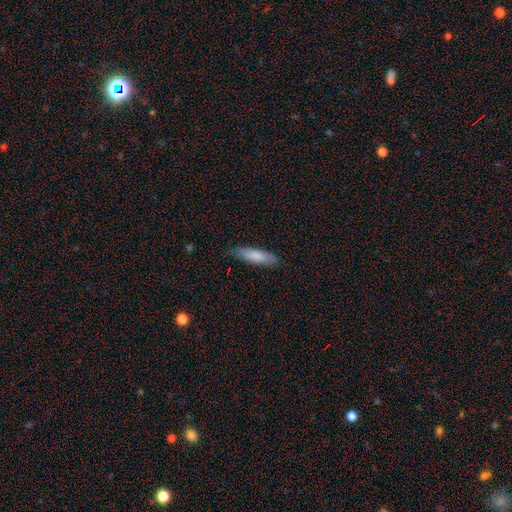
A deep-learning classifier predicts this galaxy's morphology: Q: Smooth or featured?
A: smooth (81%); runner-up: featured or disk (14%)
Q: How rounded?
A: cigar-shaped (65%); runner-up: in between (33%)
Q: Merging?
A: none (78%); runner-up: minor disturbance (18%)